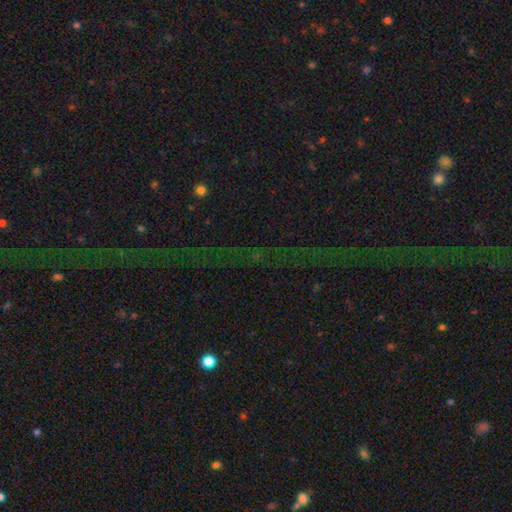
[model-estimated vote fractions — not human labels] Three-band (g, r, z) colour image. It shows a star or artifact, not a galaxy (79%).